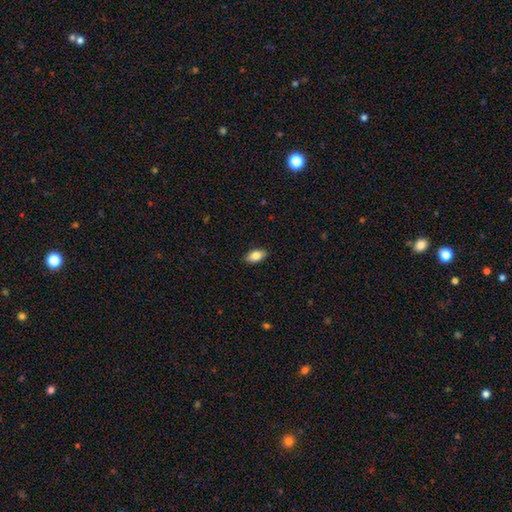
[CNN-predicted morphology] Smooth or featured: smooth — 82% (featured or disk — 11%)
How rounded: in between — 91% (cigar-shaped — 5%)
Merging: none — 89% (minor disturbance — 8%)